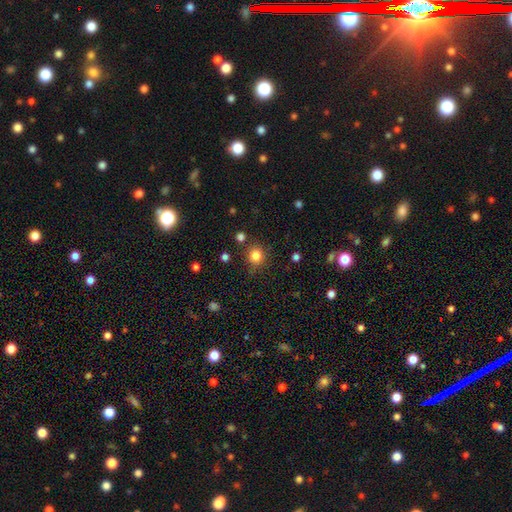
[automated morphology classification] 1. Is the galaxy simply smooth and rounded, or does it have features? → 83% smooth, 12% star or artifact, 5% featured or disk.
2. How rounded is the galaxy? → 88% round, 11% in between, 1% cigar-shaped.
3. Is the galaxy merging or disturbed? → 81% none, 11% minor disturbance, 5% merger, 4% major disturbance.